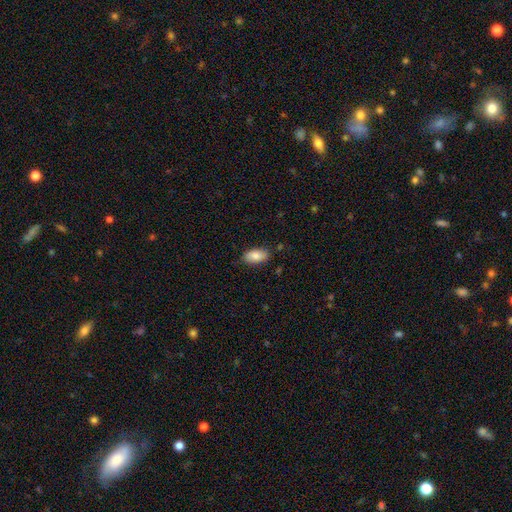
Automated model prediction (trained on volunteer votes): smooth-or-featured: smooth: 83% | featured or disk: 10% | star or artifact: 7%
  how-rounded: in between: 94% | cigar-shaped: 3% | round: 3%
  merging: none: 84% | minor disturbance: 12% | major disturbance: 2% | merger: 1%